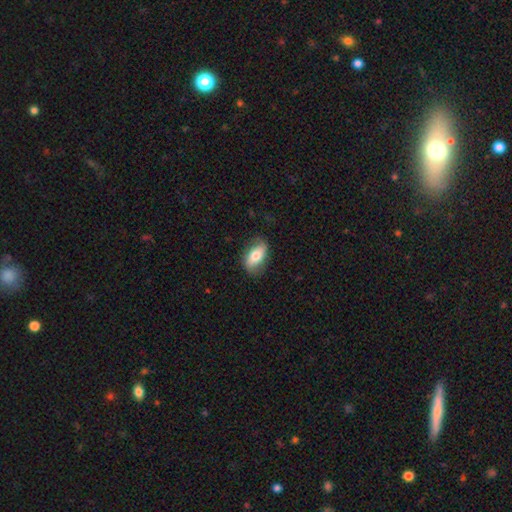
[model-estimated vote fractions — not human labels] smooth_or_featured: smooth (p=0.63) [alt: featured or disk p=0.31]
how_rounded: in between (p=0.90) [alt: round p=0.06]
merging: none (p=0.75) [alt: minor disturbance p=0.18]